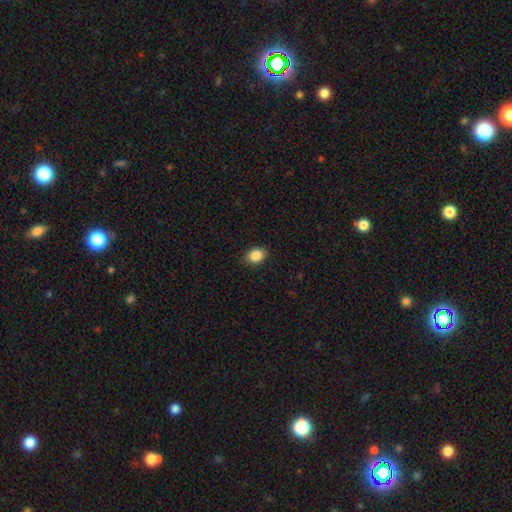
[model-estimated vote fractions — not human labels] Overall: smooth (87%). How rounded: in between (66%; round 33%). Merging: none (85%).